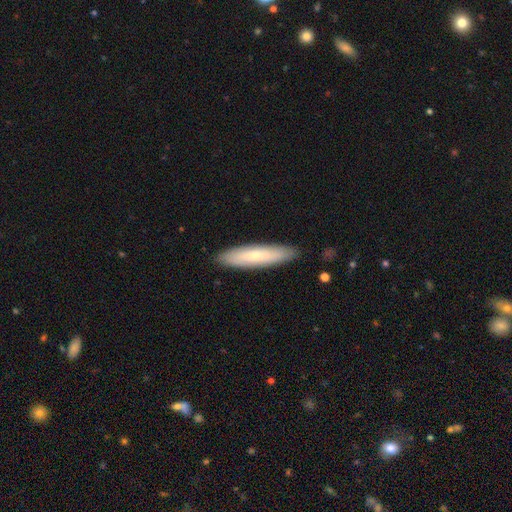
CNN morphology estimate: smooth 62%, featured or disk 32%, star or artifact 6%. Down the decision tree: how rounded — cigar-shaped (82%); merging — none (89%).